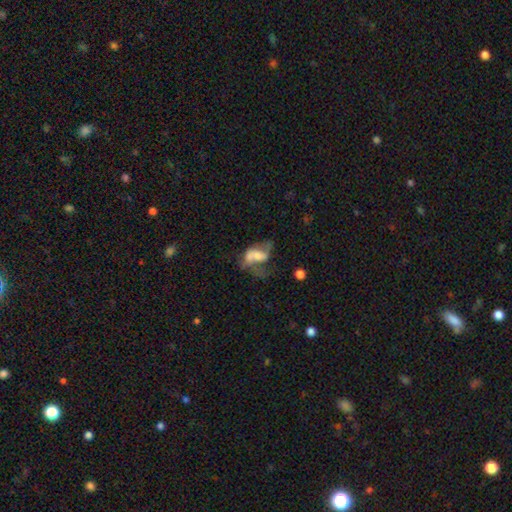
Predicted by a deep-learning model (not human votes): Q: Smooth or featured?
A: featured or disk (53%); runner-up: smooth (36%)
Q: Edge-on disk?
A: no (96%); runner-up: yes (4%)
Q: Bar?
A: no (58%); runner-up: weak (29%)
Q: Spiral arms?
A: yes (52%); runner-up: no (48%)
Q: Bulge size?
A: none (28%); runner-up: moderate (27%)
Q: Merging?
A: major disturbance (42%); runner-up: none (23%)